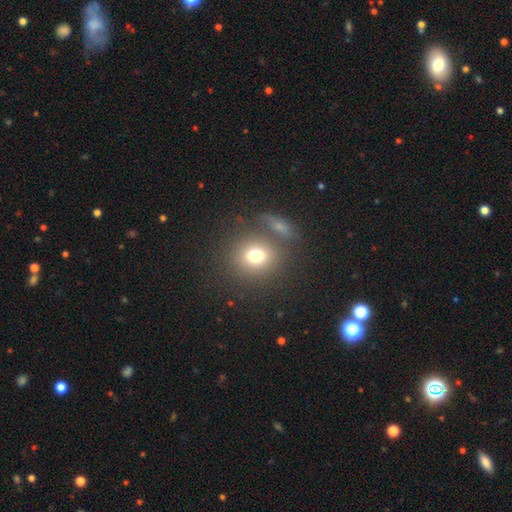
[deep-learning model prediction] A smooth galaxy with no disk features (75%) that is round (83%). Merging: none (69%).